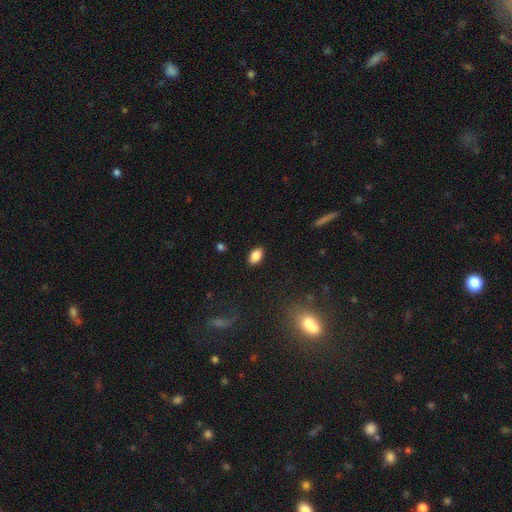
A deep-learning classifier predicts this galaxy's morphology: Overall: smooth (86%). How rounded: in between (91%). Merging: none (87%).